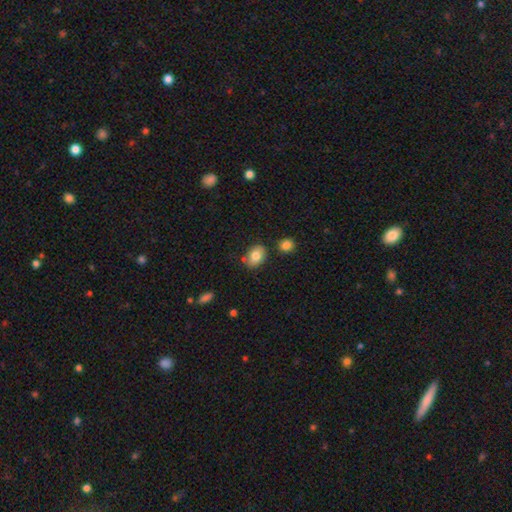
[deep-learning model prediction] The model was most divided on "how rounded": in between: 64%, round: 35%, cigar-shaped: 1%. More confident: smooth or featured — smooth (80%); merging — none (74%).